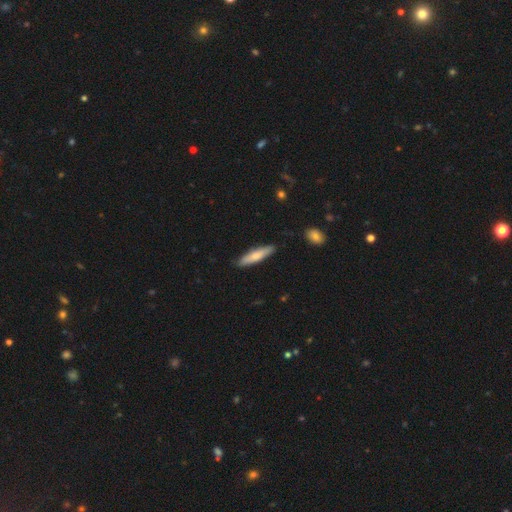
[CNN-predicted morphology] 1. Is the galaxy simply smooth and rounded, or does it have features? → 70% smooth, 25% featured or disk, 5% star or artifact.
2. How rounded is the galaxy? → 81% cigar-shaped, 17% in between, 1% round.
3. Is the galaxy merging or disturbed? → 87% none, 10% minor disturbance, 2% major disturbance, 1% merger.